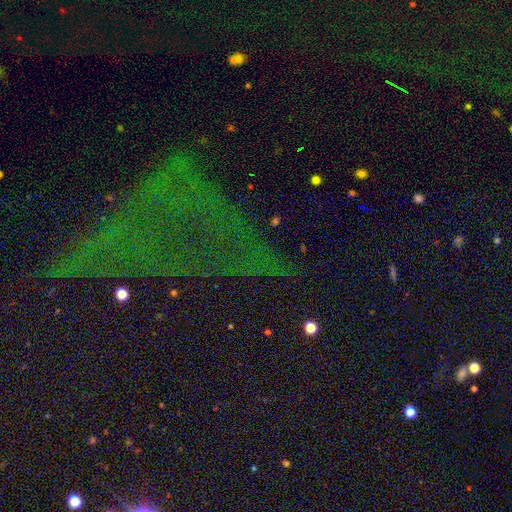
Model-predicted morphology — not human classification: smooth-or-featured: star or artifact: 77% | smooth: 11% | featured or disk: 11%